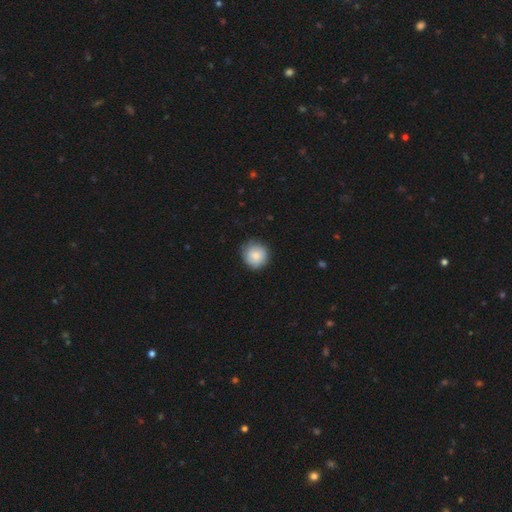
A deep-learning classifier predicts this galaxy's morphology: Q: Smooth or featured?
A: smooth (85%); runner-up: featured or disk (8%)
Q: How rounded?
A: round (93%); runner-up: in between (6%)
Q: Merging?
A: none (82%); runner-up: minor disturbance (14%)